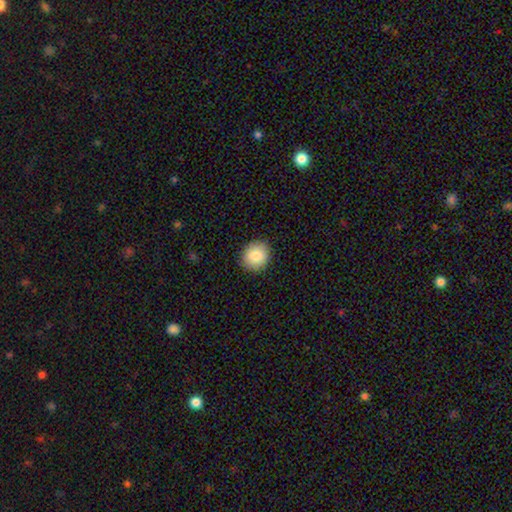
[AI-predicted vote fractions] smooth 85%, star or artifact 8%, featured or disk 7%. Down the decision tree: how rounded — round (79%); merging — none (90%).